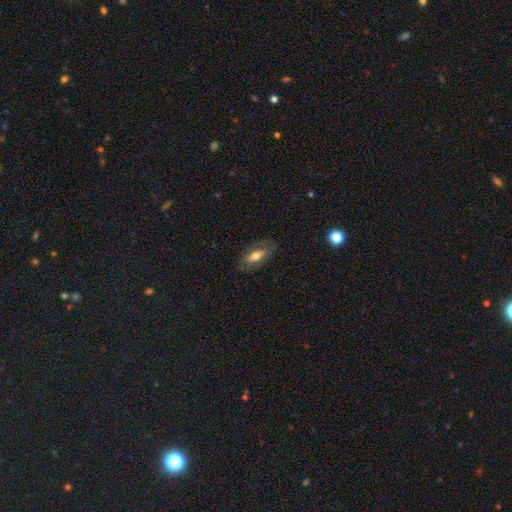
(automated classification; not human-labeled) A smooth galaxy with no disk features (54%) that is in between round and cigar-shaped (83%). Merging: none (75%).